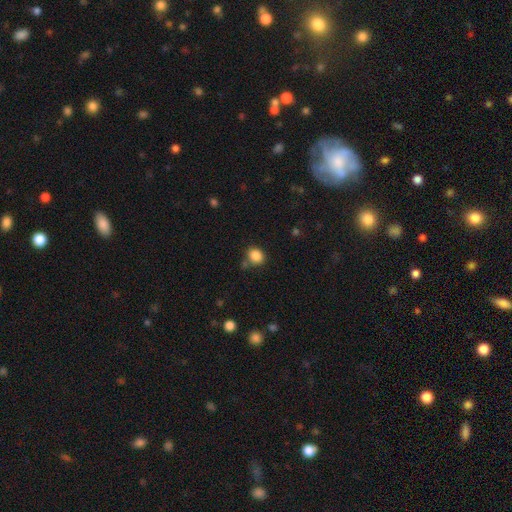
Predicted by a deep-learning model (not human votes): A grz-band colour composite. It shows a smooth galaxy with no disk features (85%) that is round (69%). Merging: none (72%).